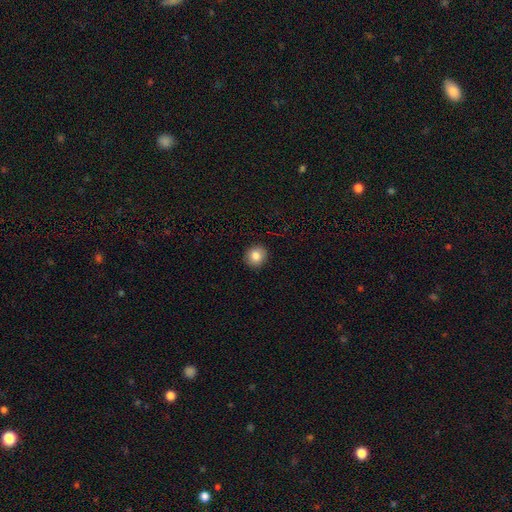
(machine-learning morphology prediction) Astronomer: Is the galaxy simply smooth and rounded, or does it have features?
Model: smooth — 84%.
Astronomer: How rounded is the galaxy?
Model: round — 86%.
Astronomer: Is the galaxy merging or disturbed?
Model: none — 91%.